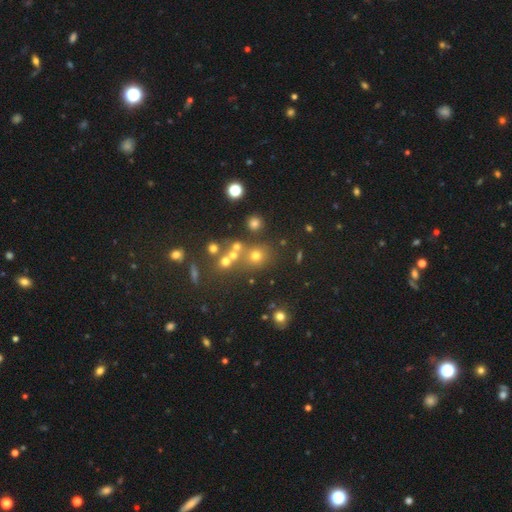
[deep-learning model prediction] smooth_or_featured: smooth (p=0.62) [alt: star or artifact p=0.24]
how_rounded: round (p=0.83) [alt: in between p=0.15]
merging: none (p=0.67) [alt: merger p=0.18]